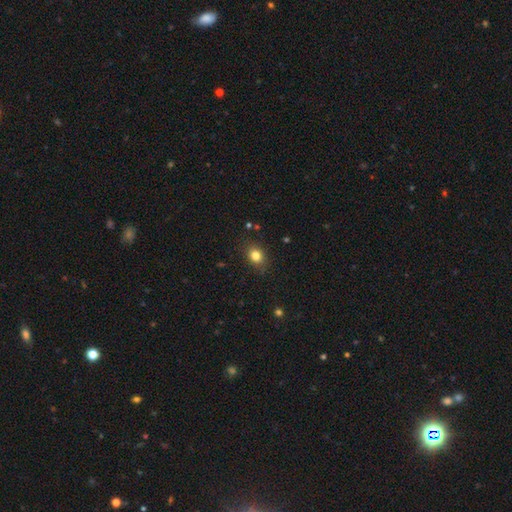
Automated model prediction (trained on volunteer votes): This appears to be a smooth galaxy with no disk features (82%) that is in between round and cigar-shaped (51%). Merging: none (83%).